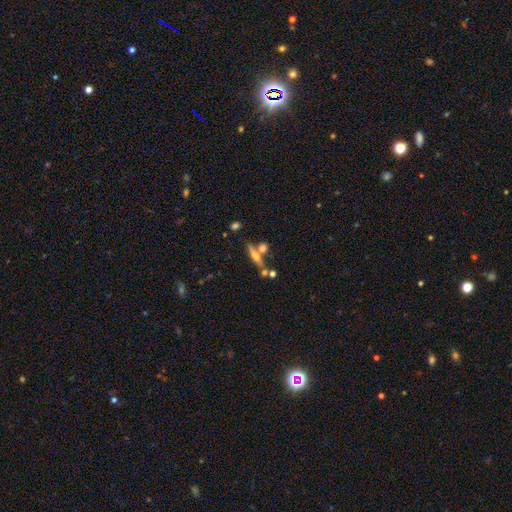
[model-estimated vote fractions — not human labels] Overall: featured or disk (54%; smooth 36%). Edge-on disk: yes (90%). Merging: none (62%; merger 22%).